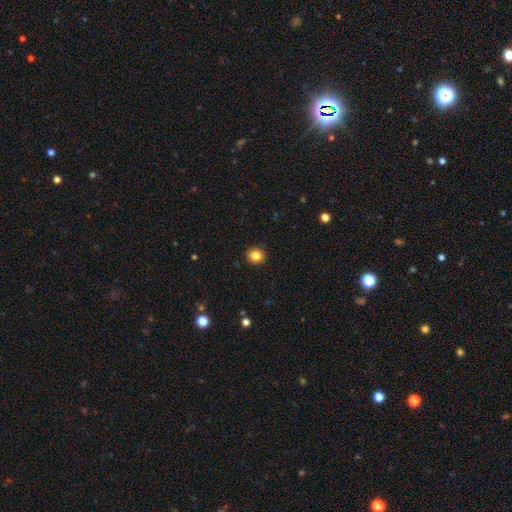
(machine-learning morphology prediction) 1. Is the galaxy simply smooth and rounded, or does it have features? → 83% smooth, 11% star or artifact, 6% featured or disk.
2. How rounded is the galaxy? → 88% round, 11% in between, 1% cigar-shaped.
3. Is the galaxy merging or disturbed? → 92% none, 6% minor disturbance, 2% major disturbance, 1% merger.